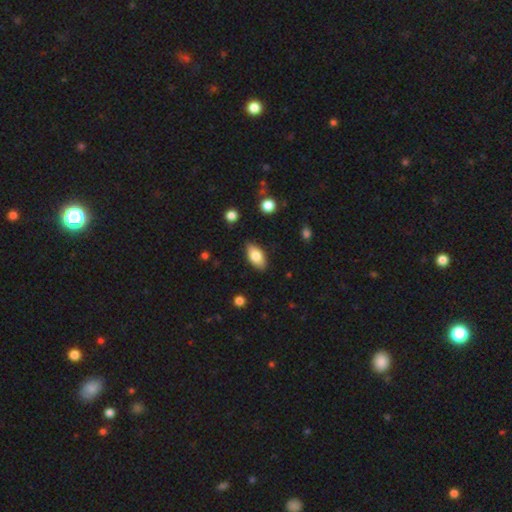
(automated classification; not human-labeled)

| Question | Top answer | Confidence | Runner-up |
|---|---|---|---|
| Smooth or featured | smooth | 79% | featured or disk (15%) |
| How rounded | in between | 91% | cigar-shaped (6%) |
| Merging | none | 85% | minor disturbance (11%) |